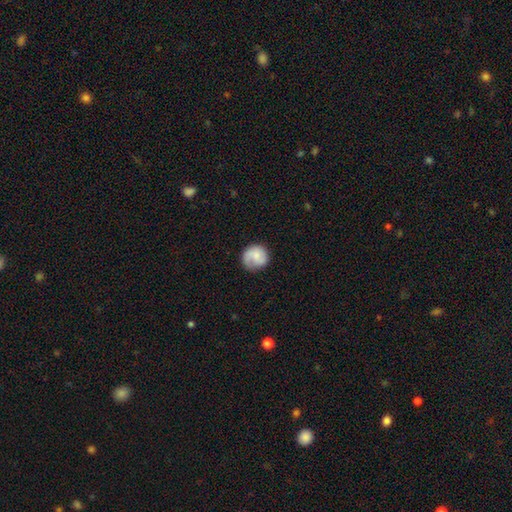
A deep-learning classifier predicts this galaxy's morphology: Overall: smooth (61%; featured or disk 32%). How rounded: round (87%). Merging: none (68%).